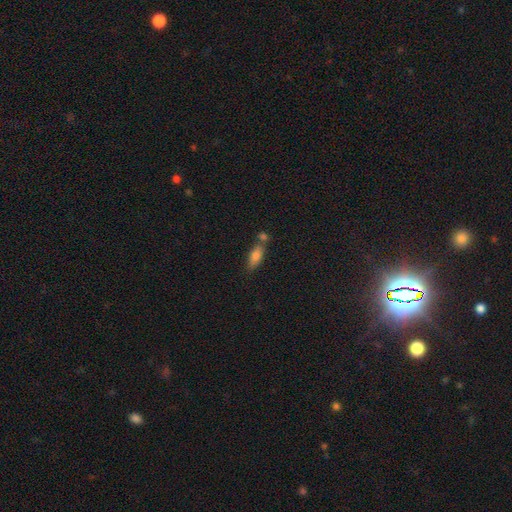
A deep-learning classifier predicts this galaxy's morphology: smooth_or_featured: smooth (p=0.81) [alt: featured or disk p=0.11]
how_rounded: in between (p=0.71) [alt: cigar-shaped p=0.26]
merging: none (p=0.44) [alt: merger p=0.37]